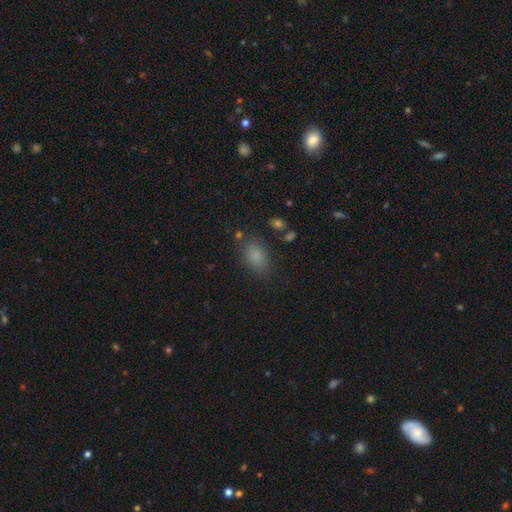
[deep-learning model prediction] A smooth galaxy with no disk features (82%) that is in between round and cigar-shaped (85%).

Vote fractions:
- Smooth or featured? smooth: 82% / star or artifact: 12% / featured or disk: 6%
- How rounded? in between: 85% / round: 13% / cigar-shaped: 2%
- Merging? none: 79% / minor disturbance: 13% / major disturbance: 5% / merger: 3%